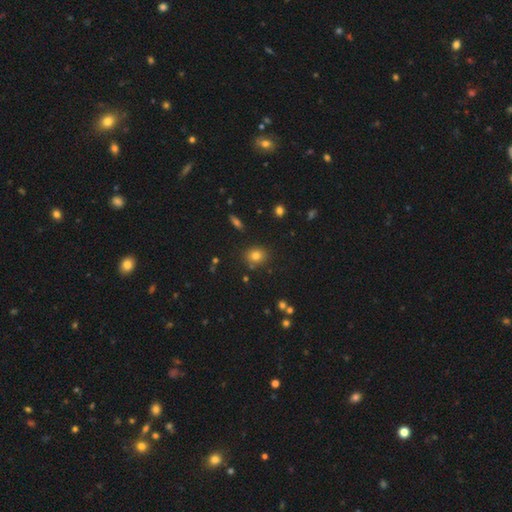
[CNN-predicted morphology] A smooth galaxy with no disk features (78%) that is round (68%).

Vote fractions:
- Smooth or featured? smooth: 78% / star or artifact: 14% / featured or disk: 8%
- How rounded? round: 68% / in between: 30% / cigar-shaped: 1%
- Merging? none: 82% / minor disturbance: 11% / merger: 5% / major disturbance: 3%